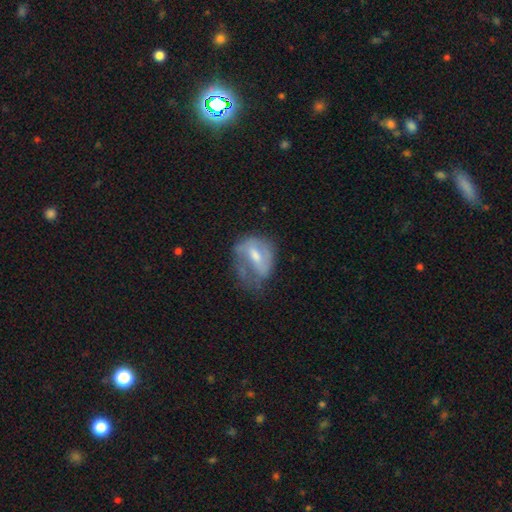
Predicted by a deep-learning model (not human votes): Smooth or featured: featured or disk — 57% (smooth — 36%)
Edge-on disk: no — 95% (yes — 5%)
Bar: weak — 48% (strong — 27%)
Spiral arms: yes — 54% (no — 46%)
Bulge size: moderate — 54% (small — 32%)
Merging: none — 35% (major disturbance — 32%)